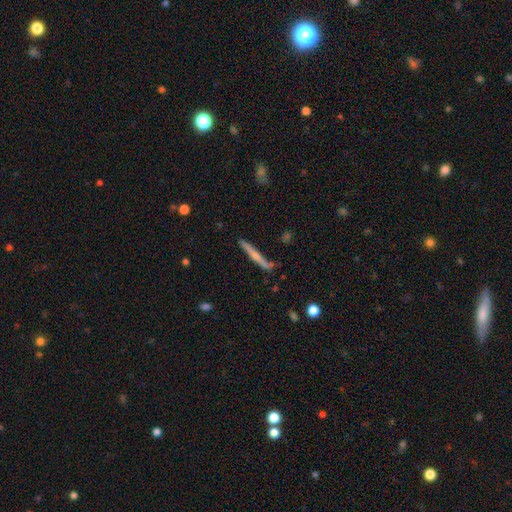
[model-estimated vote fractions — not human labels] Smooth or featured?
  - featured or disk: 52% *
  - smooth: 42%
  - star or artifact: 6%
Edge-on disk?
  - yes: 95% *
  - no: 5%
Merging?
  - none: 79% *
  - minor disturbance: 15%
  - merger: 3%
  - major disturbance: 3%